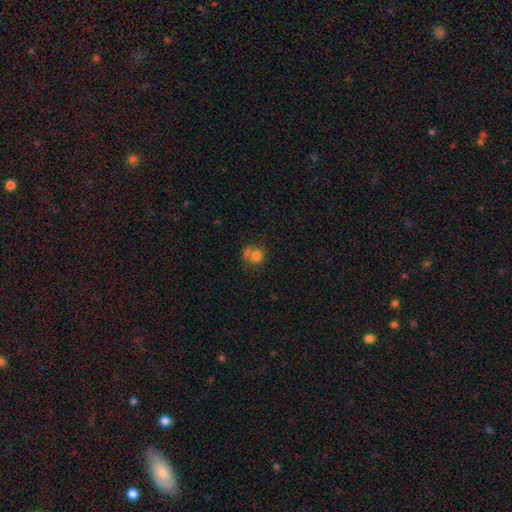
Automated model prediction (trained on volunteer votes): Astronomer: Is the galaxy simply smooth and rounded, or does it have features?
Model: smooth — 76%.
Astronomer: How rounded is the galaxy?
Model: round — 82%.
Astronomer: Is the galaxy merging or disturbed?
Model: none — 48% (runner-up: merger, 27%).